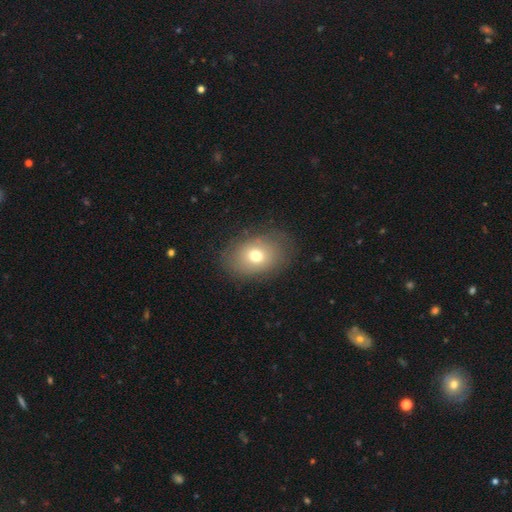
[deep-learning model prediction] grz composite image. It shows a smooth galaxy with no disk features (71%) that is in between round and cigar-shaped (69%). Merging: none (81%).